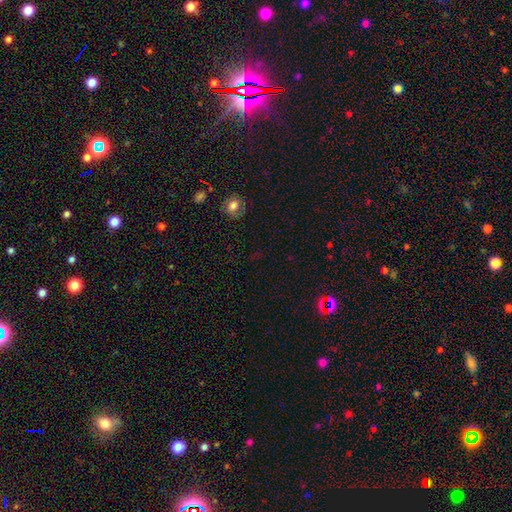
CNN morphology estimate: smooth-or-featured: star or artifact: 49% | smooth: 37% | featured or disk: 14%